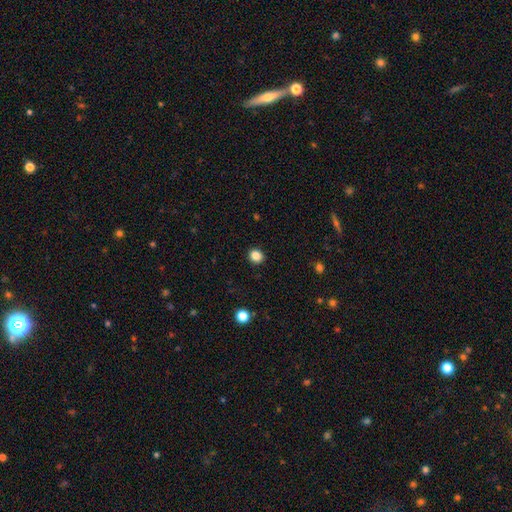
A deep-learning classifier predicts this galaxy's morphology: This is clearly a smooth galaxy (85%). How rounded: likely round (78%). Merging: clearly none (92%).